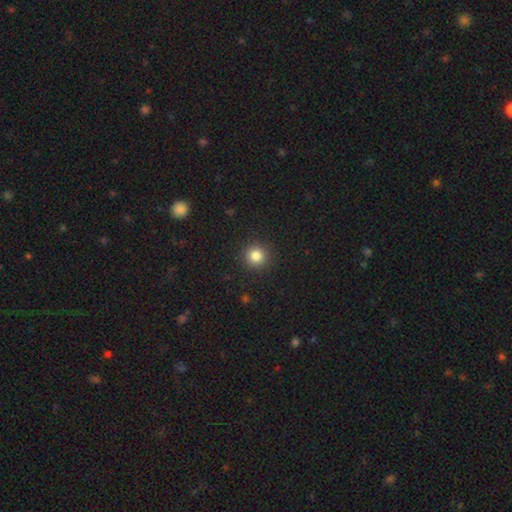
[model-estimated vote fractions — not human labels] The model was most divided on "smooth or featured": smooth: 83%, star or artifact: 12%, featured or disk: 5%. More confident: how rounded — round (94%); merging — none (91%).